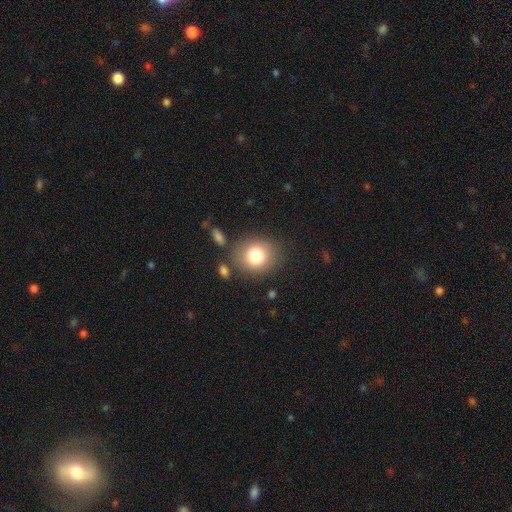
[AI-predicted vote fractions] smooth 80%, featured or disk 10%, star or artifact 10%. Down the decision tree: how rounded — round (74%); merging — none (77%).